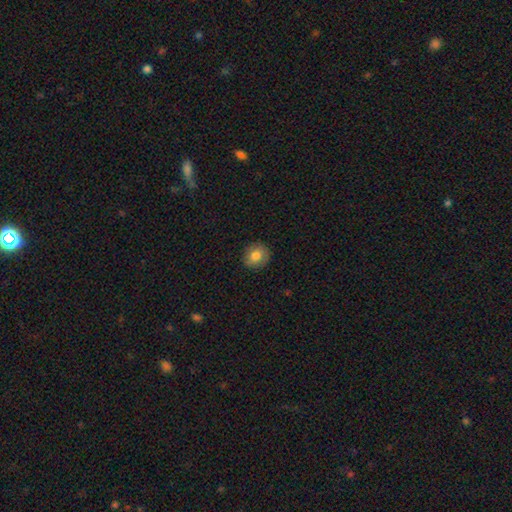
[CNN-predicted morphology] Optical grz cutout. It shows a smooth galaxy with no disk features (81%) that is round (83%). Merging: none (88%).